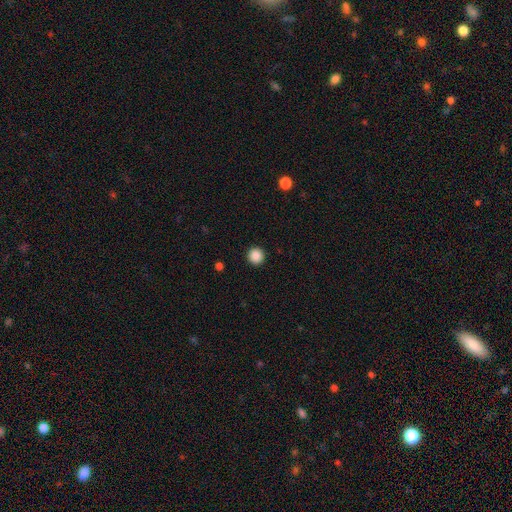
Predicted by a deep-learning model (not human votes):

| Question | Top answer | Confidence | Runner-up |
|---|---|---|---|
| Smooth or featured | smooth | 88% | star or artifact (10%) |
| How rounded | round | 95% | in between (4%) |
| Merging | none | 93% | minor disturbance (4%) |